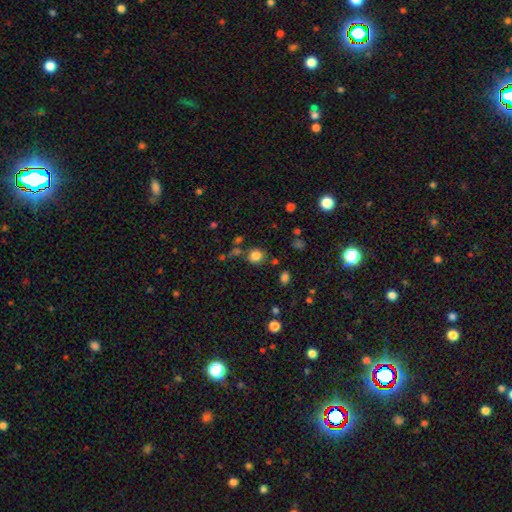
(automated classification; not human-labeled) Morphology: type=smooth (82%); roundness=round (82%); merging=none (77%).